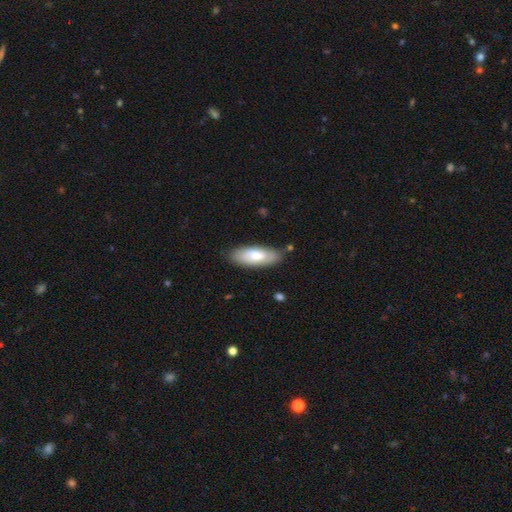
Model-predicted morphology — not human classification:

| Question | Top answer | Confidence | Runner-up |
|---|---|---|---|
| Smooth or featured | smooth | 75% | featured or disk (20%) |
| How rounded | in between | 75% | cigar-shaped (23%) |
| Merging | none | 81% | minor disturbance (14%) |